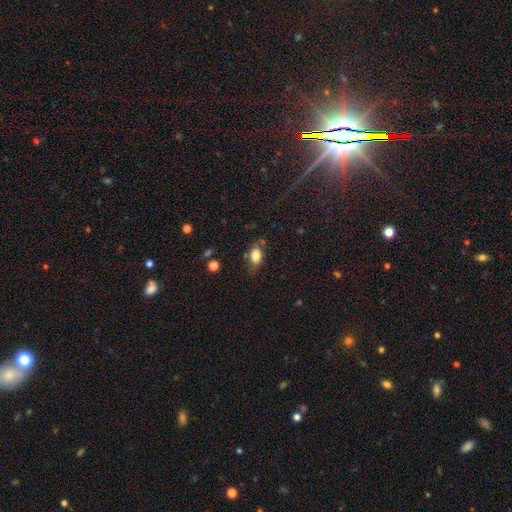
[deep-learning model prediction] smooth-or-featured: smooth: 79% | featured or disk: 12% | star or artifact: 9%
  how-rounded: in between: 85% | round: 12% | cigar-shaped: 3%
  merging: none: 69% | minor disturbance: 22% | major disturbance: 6% | merger: 3%